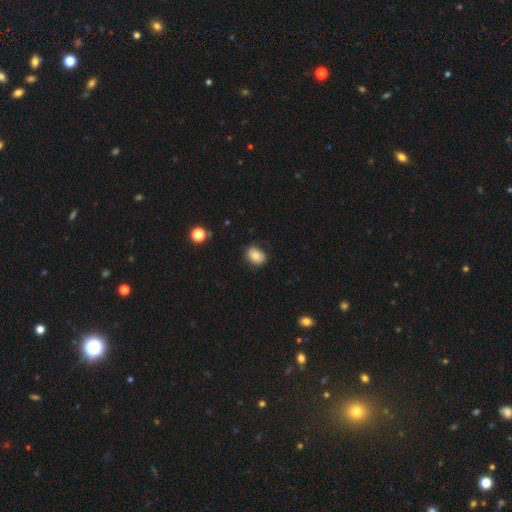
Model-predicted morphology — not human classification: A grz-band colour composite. It shows a smooth galaxy with no disk features (78%) that is in between round and cigar-shaped (70%). Merging: none (77%).